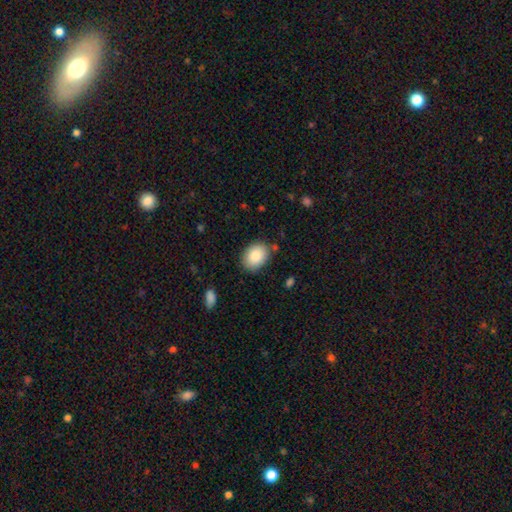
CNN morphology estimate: This appears to be a smooth galaxy with no disk features (87%) that is in between round and cigar-shaped (64%). Merging: none (81%).